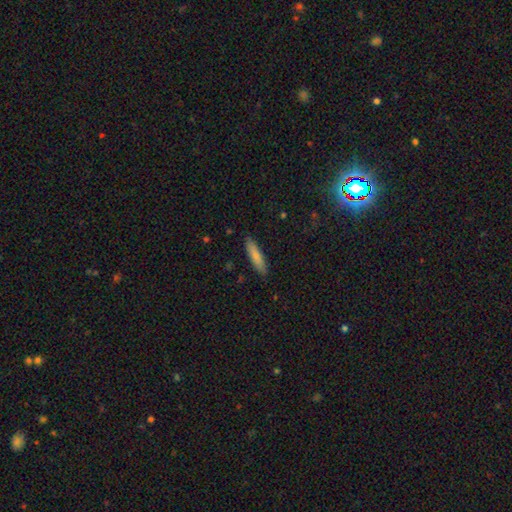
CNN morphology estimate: A smooth galaxy with no disk features (82%) that is cigar-shaped (81%).

Vote fractions:
- Smooth or featured? smooth: 82% / featured or disk: 12% / star or artifact: 6%
- How rounded? cigar-shaped: 81% / in between: 18% / round: 1%
- Merging? none: 88% / minor disturbance: 9% / major disturbance: 2% / merger: 1%